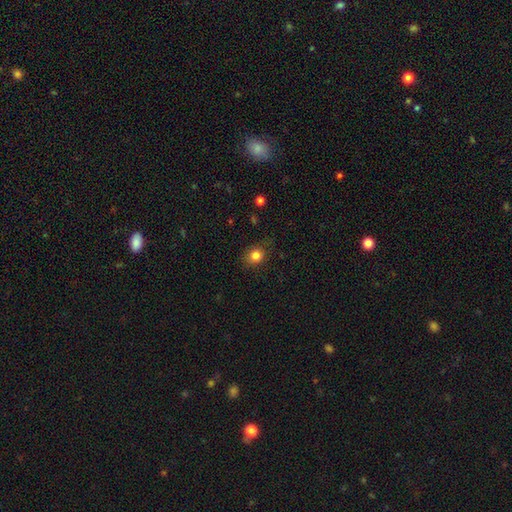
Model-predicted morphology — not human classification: Overall: smooth (81%). How rounded: round (71%). Merging: none (78%).